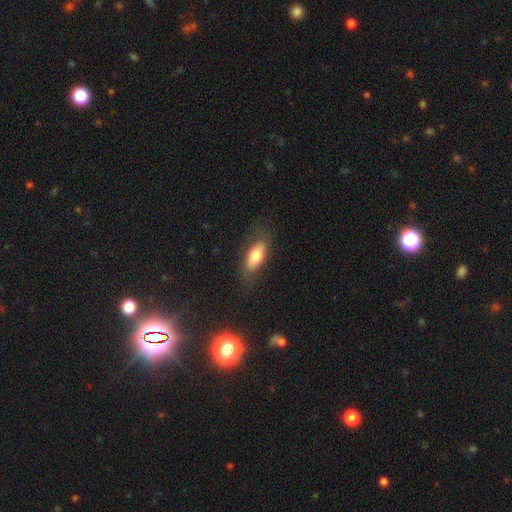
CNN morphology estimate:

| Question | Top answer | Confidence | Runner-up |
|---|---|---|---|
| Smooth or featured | smooth | 71% | featured or disk (22%) |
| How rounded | in between | 82% | cigar-shaped (14%) |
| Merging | none | 77% | minor disturbance (16%) |